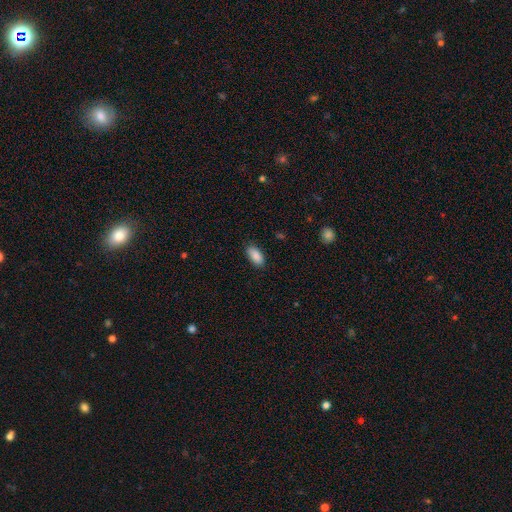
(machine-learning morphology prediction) The model was most divided on "merging": none: 87%, minor disturbance: 10%, major disturbance: 2%, merger: 1%. More confident: how rounded — in between (92%); smooth or featured — smooth (90%).